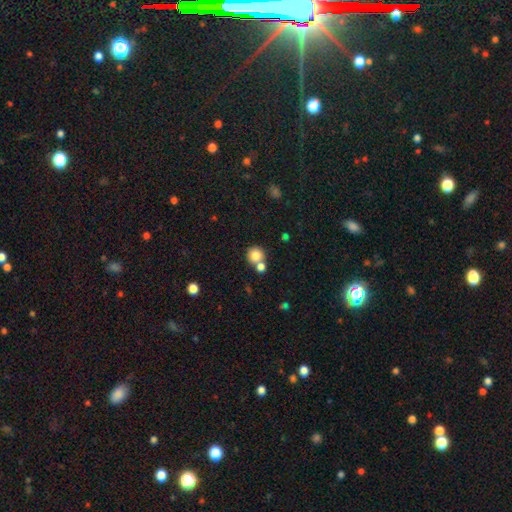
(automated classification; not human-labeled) A smooth galaxy with no disk features (82%) that is round (90%). Merging: none (54%).